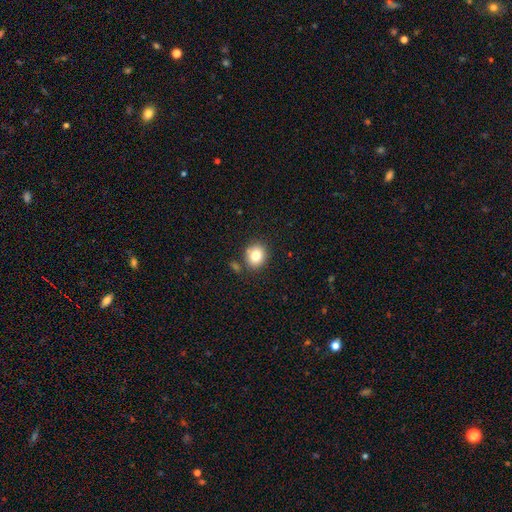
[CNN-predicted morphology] smooth 80%, star or artifact 10%, featured or disk 9%. Down the decision tree: how rounded — round (71%); merging — none (79%).